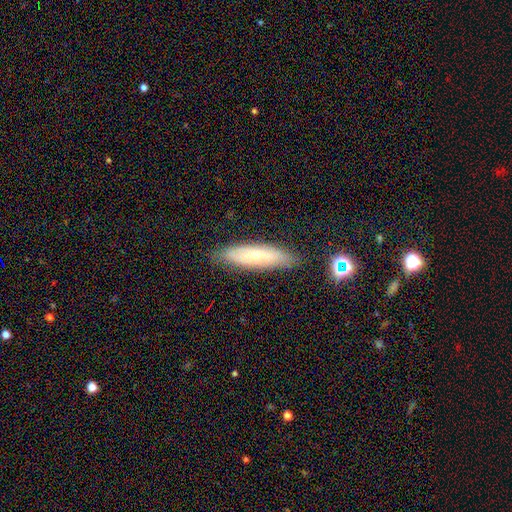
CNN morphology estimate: Smooth or featured? smooth (59%)
How rounded? cigar-shaped (69%)
Merging? none (83%)